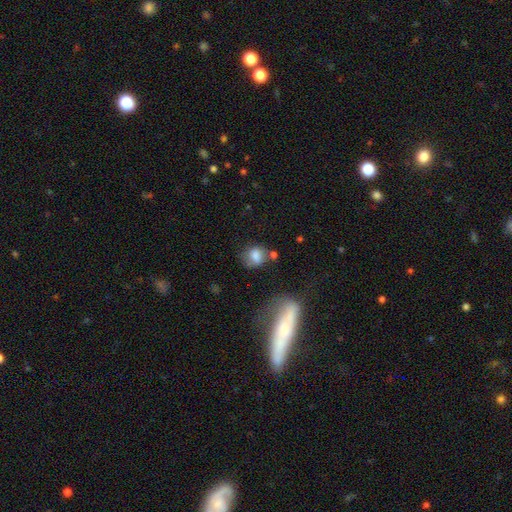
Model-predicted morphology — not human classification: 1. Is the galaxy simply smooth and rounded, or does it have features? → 74% smooth, 15% featured or disk, 10% star or artifact.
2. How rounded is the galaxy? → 51% round, 48% in between, 2% cigar-shaped.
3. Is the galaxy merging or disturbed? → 51% none, 24% minor disturbance, 13% merger, 12% major disturbance.